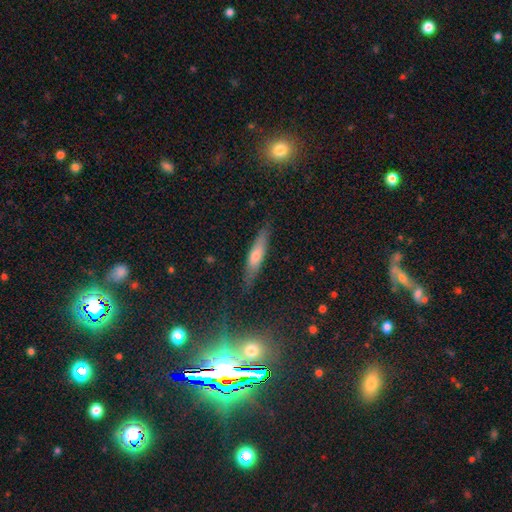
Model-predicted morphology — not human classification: Q: Smooth or featured?
A: featured or disk (46%); runner-up: smooth (39%)
Q: Merging?
A: none (85%); runner-up: minor disturbance (11%)